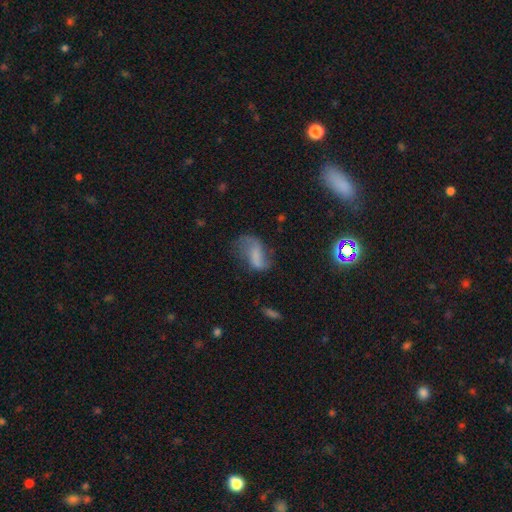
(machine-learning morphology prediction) Smooth or featured? featured or disk (49%)
Merging? none (42%)